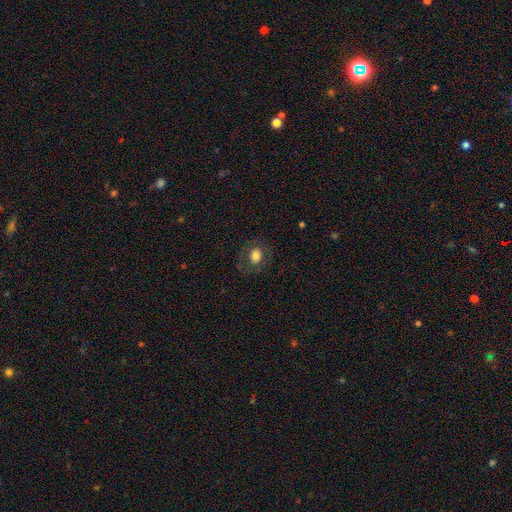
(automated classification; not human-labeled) smooth 70%, featured or disk 20%, star or artifact 10%. Down the decision tree: how rounded — round (51%); merging — none (79%).